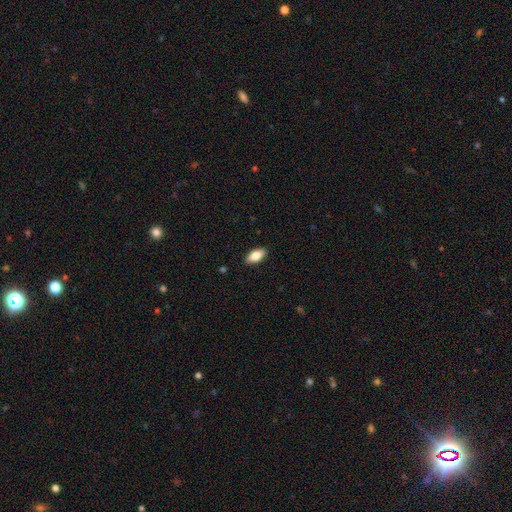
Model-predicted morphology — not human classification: Smooth or featured? smooth (81%)
How rounded? in between (89%)
Merging? none (88%)